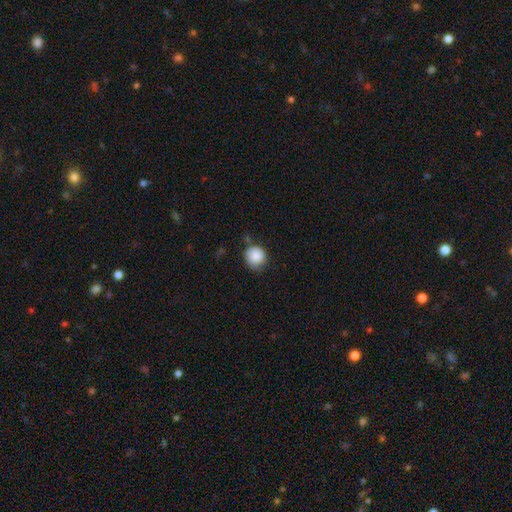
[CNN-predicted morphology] This is clearly a smooth galaxy (87%). How rounded: clearly round (91%). Merging: likely none (66%).